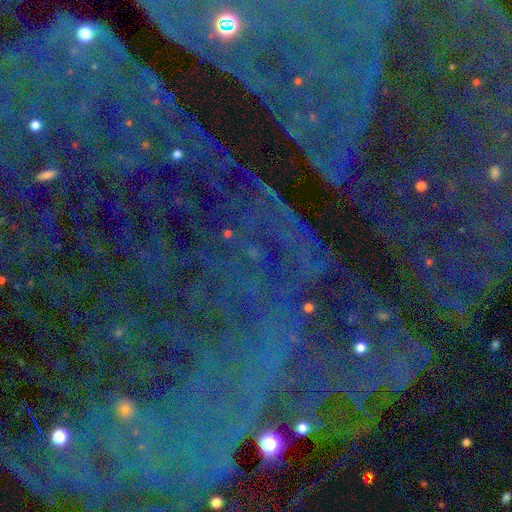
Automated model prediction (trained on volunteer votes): Q: Smooth or featured?
A: star or artifact (86%); runner-up: featured or disk (8%)